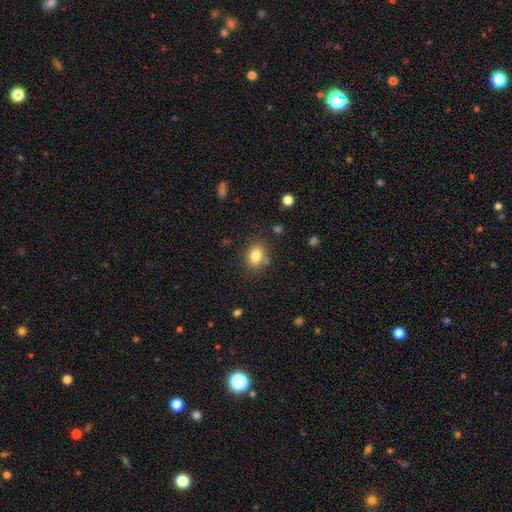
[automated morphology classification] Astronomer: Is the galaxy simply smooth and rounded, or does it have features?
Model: smooth — 83%.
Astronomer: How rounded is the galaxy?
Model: in between — 54% (runner-up: round, 45%).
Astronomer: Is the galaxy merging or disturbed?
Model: none — 77%.